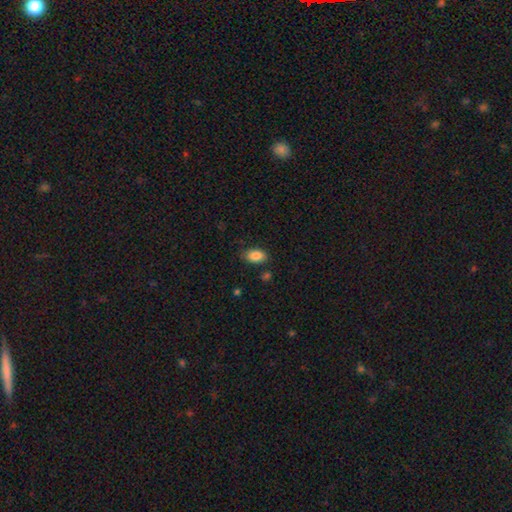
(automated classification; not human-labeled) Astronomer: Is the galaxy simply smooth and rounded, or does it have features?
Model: smooth — 87%.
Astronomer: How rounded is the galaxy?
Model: in between — 91%.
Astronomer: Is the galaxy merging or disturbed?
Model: none — 80%.